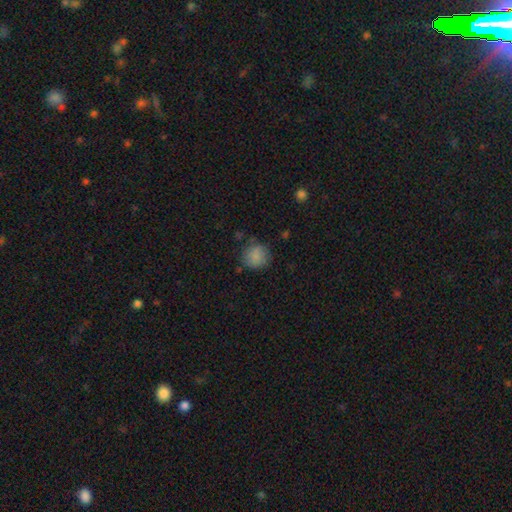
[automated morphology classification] smooth-or-featured: smooth: 83% | star or artifact: 10% | featured or disk: 7%
  how-rounded: round: 85% | in between: 14% | cigar-shaped: 1%
  merging: none: 74% | minor disturbance: 18% | major disturbance: 5% | merger: 3%